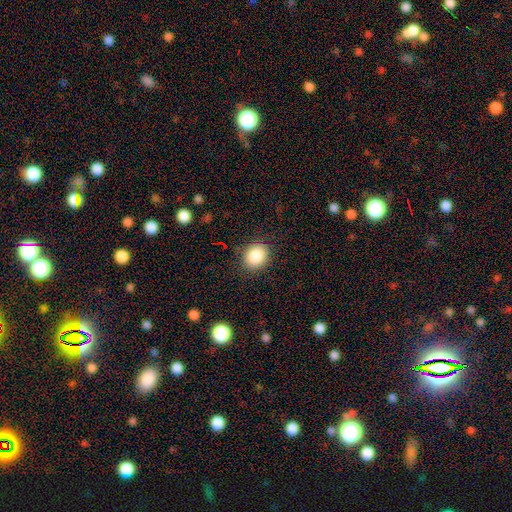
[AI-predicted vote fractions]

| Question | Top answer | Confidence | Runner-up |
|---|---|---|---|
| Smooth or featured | smooth | 86% | star or artifact (9%) |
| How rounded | round | 67% | in between (33%) |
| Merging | none | 88% | minor disturbance (9%) |